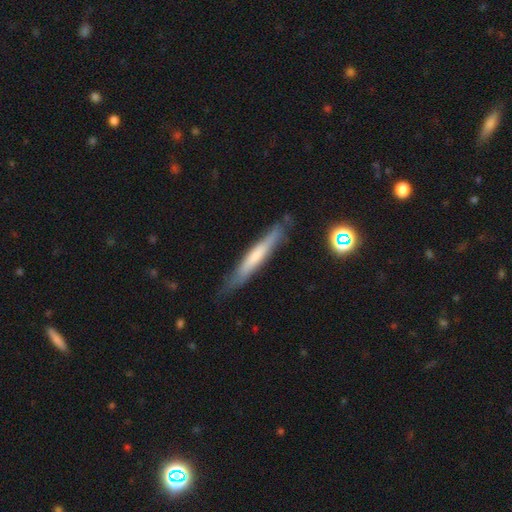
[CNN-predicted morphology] Smooth or featured? smooth (52%)
How rounded? cigar-shaped (93%)
Merging? none (78%)